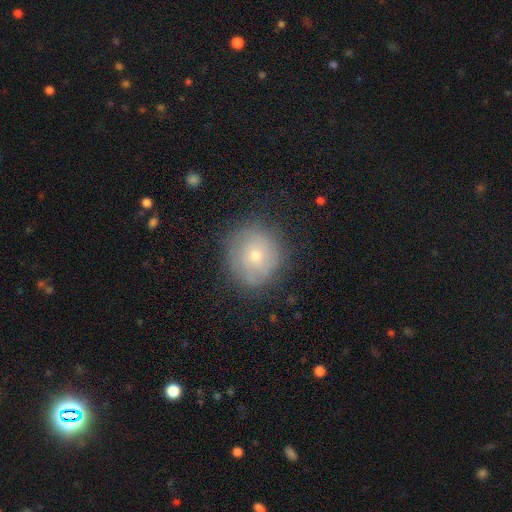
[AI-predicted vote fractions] This appears to be a smooth galaxy with no disk features (54%) that is round (86%). Merging: none (76%).